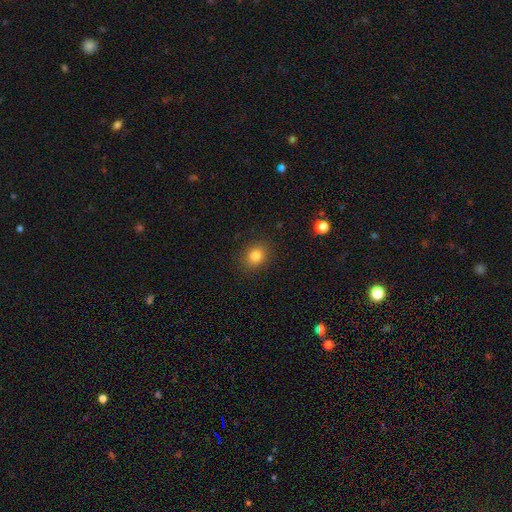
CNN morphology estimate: Smooth or featured?
  - smooth: 83% *
  - star or artifact: 11%
  - featured or disk: 6%
How rounded?
  - round: 64% *
  - in between: 35%
  - cigar-shaped: 1%
Merging?
  - none: 88% *
  - minor disturbance: 9%
  - major disturbance: 3%
  - merger: 1%